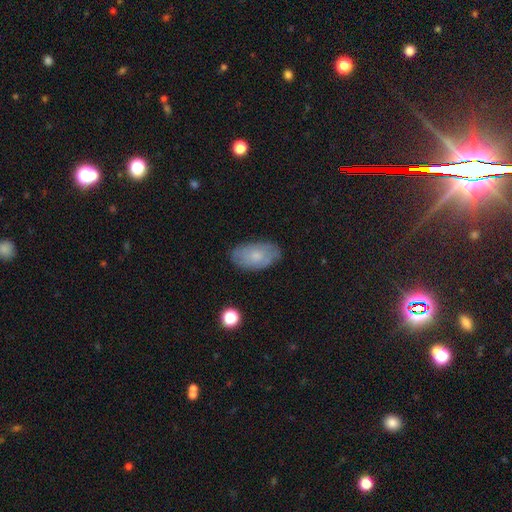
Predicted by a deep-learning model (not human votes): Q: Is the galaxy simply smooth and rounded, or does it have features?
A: smooth — 57%.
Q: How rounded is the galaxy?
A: in between — 93%.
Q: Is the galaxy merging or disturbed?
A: none — 79%.